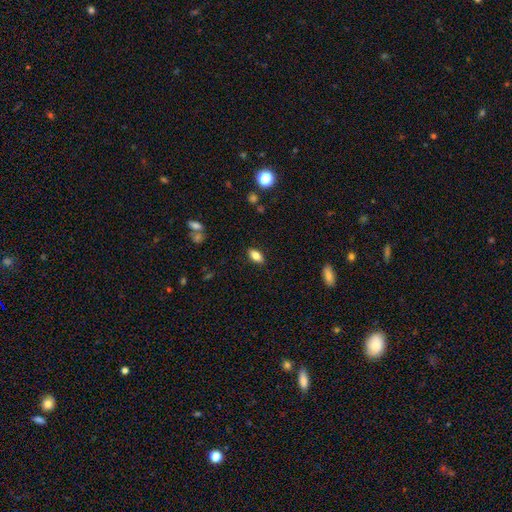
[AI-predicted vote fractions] smooth_or_featured: smooth (p=0.79) [alt: featured or disk p=0.12]
how_rounded: in between (p=0.88) [alt: cigar-shaped p=0.07]
merging: none (p=0.86) [alt: minor disturbance p=0.10]